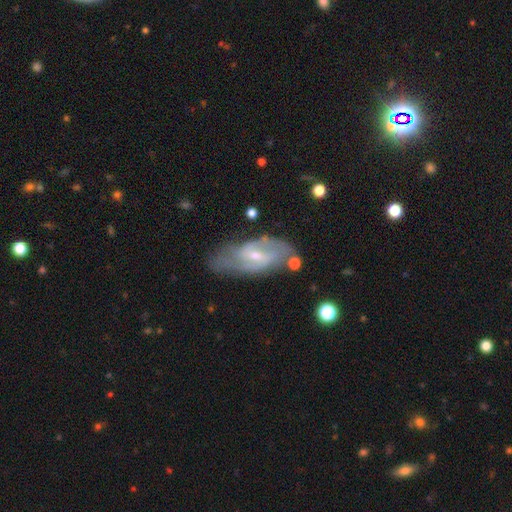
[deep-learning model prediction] A featured or disk galaxy (79%) with a weak bar (55%), 2 (68%) medium (48%) spiral arms (89%) and a small central bulge (61%). Merging: none (66%).